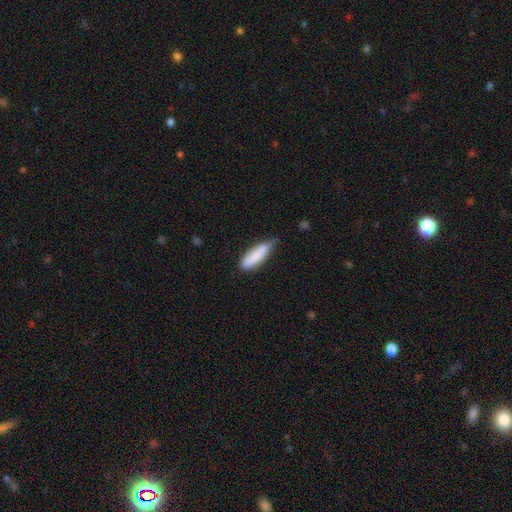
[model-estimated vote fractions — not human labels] The model was most divided on "merging": minor disturbance: 47%, none: 41%, major disturbance: 10%, merger: 3%. More confident: smooth or featured — smooth (83%); how rounded — cigar-shaped (56%).